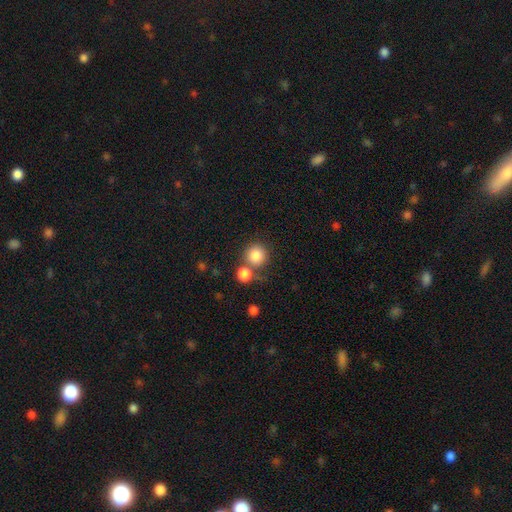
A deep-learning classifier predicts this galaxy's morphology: Smooth or featured? Predicted: smooth (p=0.84). How rounded? Predicted: round (p=0.92). Merging? Predicted: none (p=0.61).